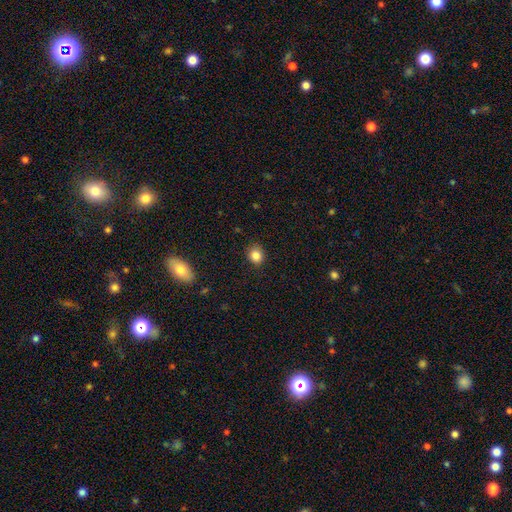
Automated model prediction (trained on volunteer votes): A smooth galaxy with no disk features (84%) that is round (68%).

Vote fractions:
- Smooth or featured? smooth: 84% / star or artifact: 11% / featured or disk: 6%
- How rounded? round: 68% / in between: 31% / cigar-shaped: 1%
- Merging? none: 87% / minor disturbance: 10% / major disturbance: 2% / merger: 1%